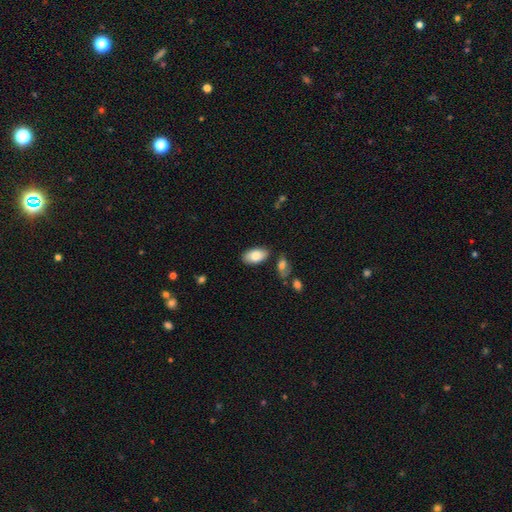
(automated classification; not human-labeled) Q: Smooth or featured?
A: smooth (83%); runner-up: featured or disk (11%)
Q: How rounded?
A: in between (95%); runner-up: round (3%)
Q: Merging?
A: none (81%); runner-up: minor disturbance (12%)